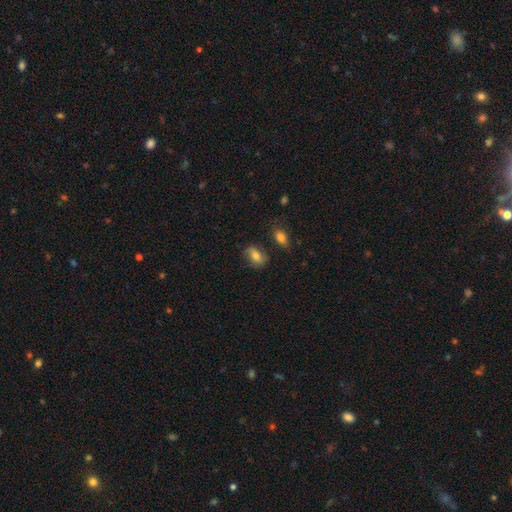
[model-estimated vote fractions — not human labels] Morphology: type=smooth (73%); roundness=in between (82%); merging=none (71%).